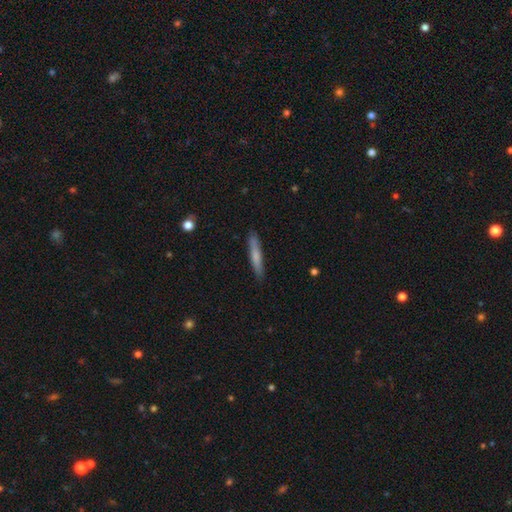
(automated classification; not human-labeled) Smooth or featured: smooth — 68% (featured or disk — 26%)
How rounded: cigar-shaped — 94% (in between — 5%)
Merging: none — 88% (minor disturbance — 9%)